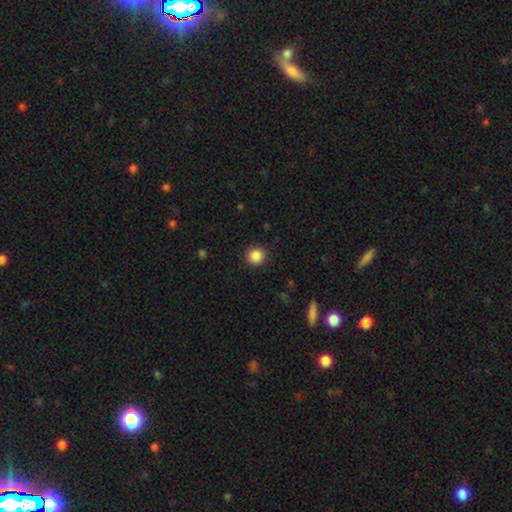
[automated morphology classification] Smooth or featured? smooth (88%)
How rounded? round (91%)
Merging? none (91%)